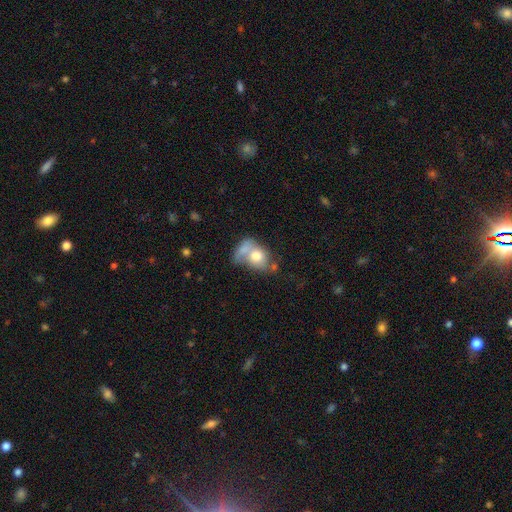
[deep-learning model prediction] smooth 69%, featured or disk 24%, star or artifact 8%. Down the decision tree: how rounded — in between (64%); merging — merger (54%).